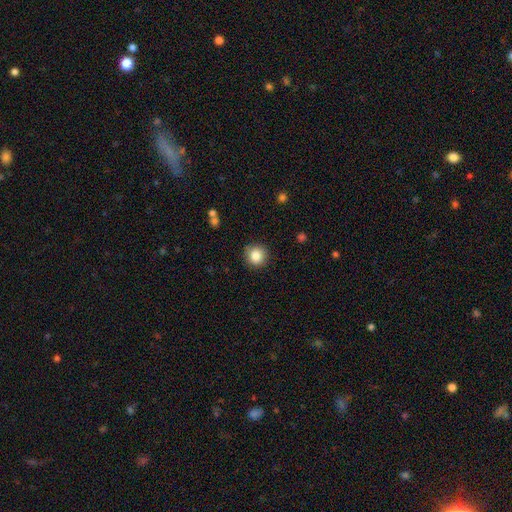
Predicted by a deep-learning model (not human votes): smooth_or_featured: smooth (p=0.85) [alt: star or artifact p=0.09]
how_rounded: round (p=0.93) [alt: in between p=0.06]
merging: none (p=0.89) [alt: minor disturbance p=0.08]